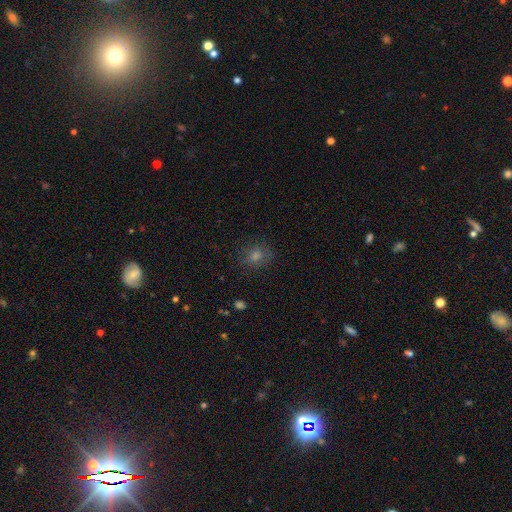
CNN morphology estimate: Smooth or featured? Predicted: smooth (p=0.64). How rounded? Predicted: round (p=0.74). Merging? Predicted: none (p=0.85).